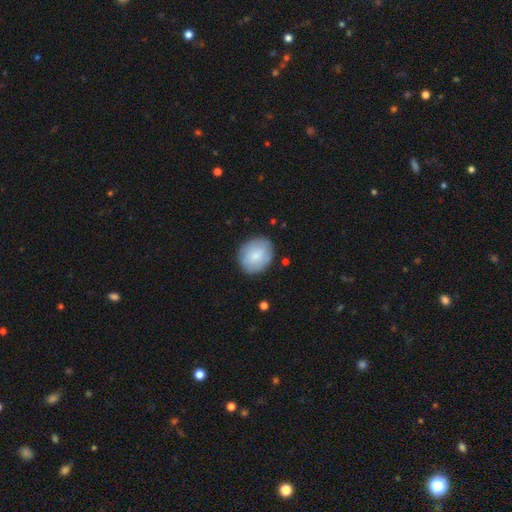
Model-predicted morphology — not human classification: smooth 72%, featured or disk 21%, star or artifact 7%. Down the decision tree: how rounded — round (63%); merging — none (82%).